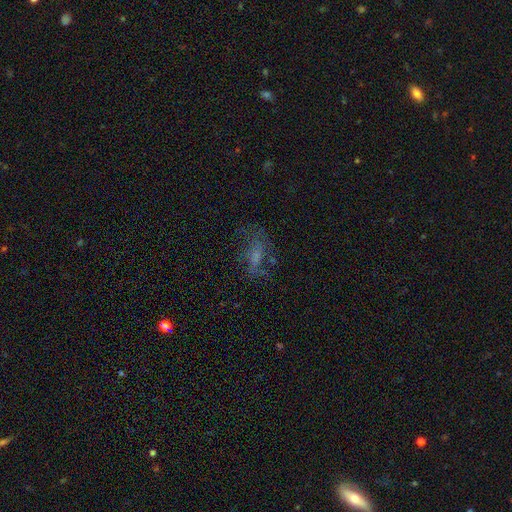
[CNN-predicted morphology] The model was most divided on "smooth or featured": featured or disk: 42%, smooth: 37%, star or artifact: 21%. Remaining: merging — none (46%).